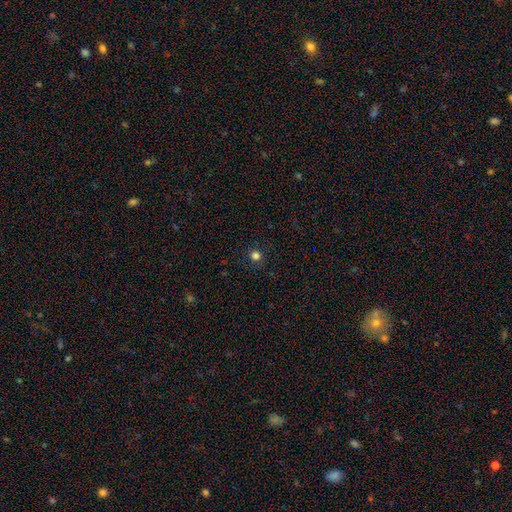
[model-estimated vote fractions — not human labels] Overall: smooth (77%). How rounded: round (92%). Merging: none (90%).